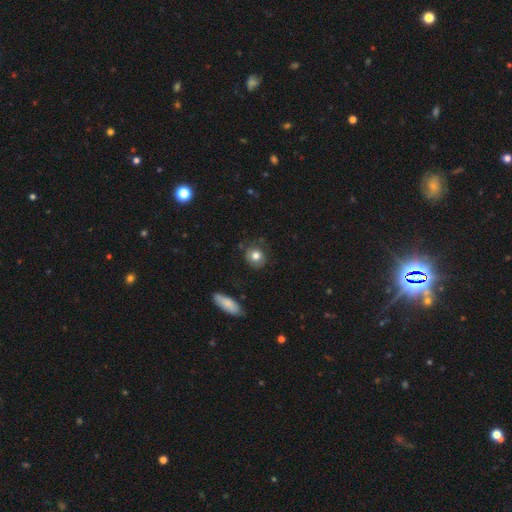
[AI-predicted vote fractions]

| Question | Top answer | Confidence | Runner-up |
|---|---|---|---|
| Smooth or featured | smooth | 80% | featured or disk (11%) |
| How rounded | round | 76% | in between (23%) |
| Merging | none | 80% | minor disturbance (14%) |